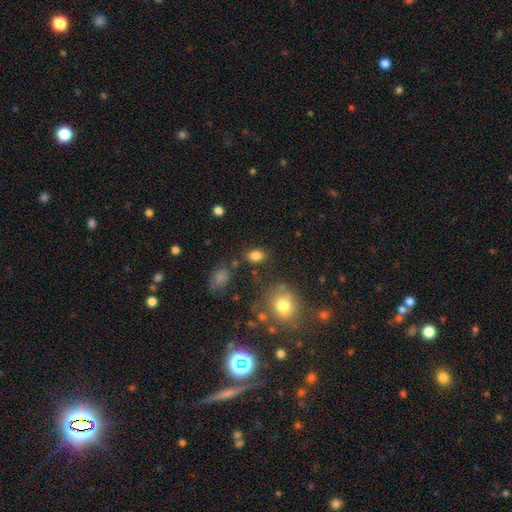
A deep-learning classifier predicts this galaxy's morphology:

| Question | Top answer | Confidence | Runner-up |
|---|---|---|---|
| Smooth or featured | smooth | 83% | star or artifact (11%) |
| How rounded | in between | 76% | round (22%) |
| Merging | none | 79% | minor disturbance (12%) |